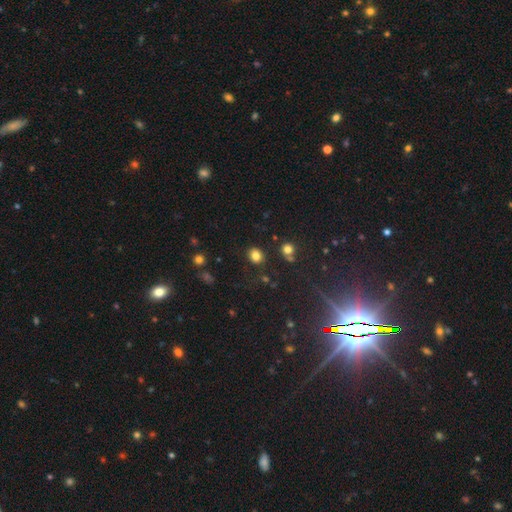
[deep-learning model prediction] Smooth or featured: smooth — 81% (star or artifact — 13%)
How rounded: round — 60% (in between — 39%)
Merging: none — 83% (minor disturbance — 10%)